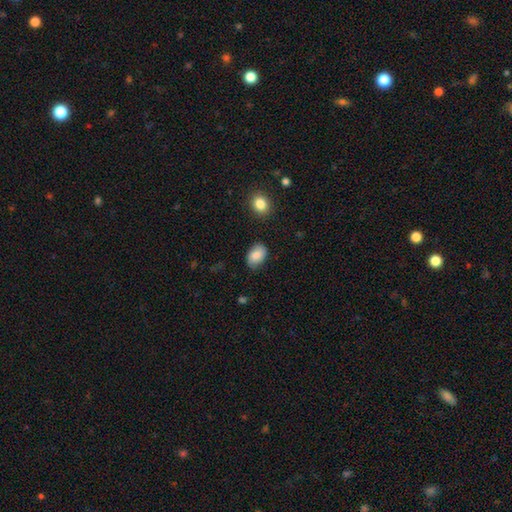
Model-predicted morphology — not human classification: Q: Smooth or featured?
A: smooth (84%); runner-up: featured or disk (9%)
Q: How rounded?
A: in between (86%); runner-up: round (13%)
Q: Merging?
A: none (78%); runner-up: minor disturbance (17%)